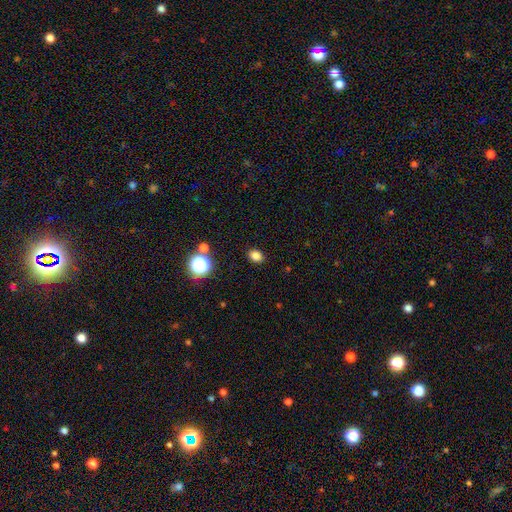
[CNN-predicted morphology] Smooth or featured? smooth (81%)
How rounded? in between (63%)
Merging? none (88%)